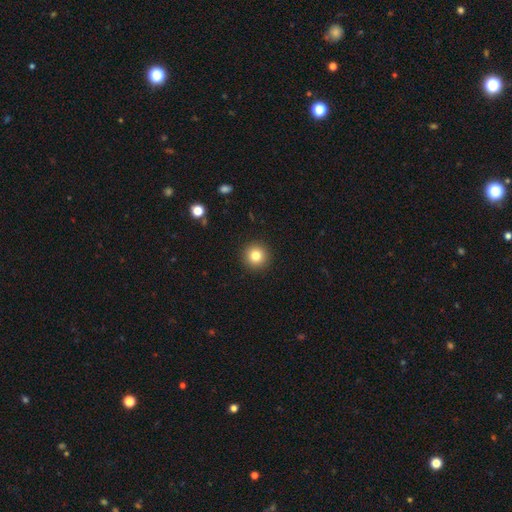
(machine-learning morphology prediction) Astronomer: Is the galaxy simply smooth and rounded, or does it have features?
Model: smooth — 81%.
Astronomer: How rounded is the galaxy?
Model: round — 96%.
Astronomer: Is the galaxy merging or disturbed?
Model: none — 93%.